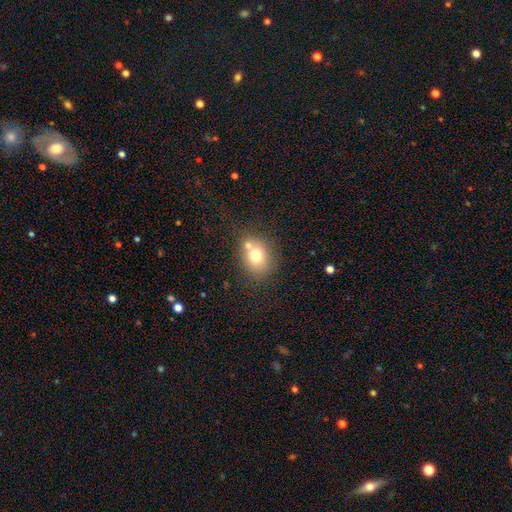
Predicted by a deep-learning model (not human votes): Overall: smooth (72%). How rounded: round (59%; in between 40%). Merging: none (55%; merger 28%).